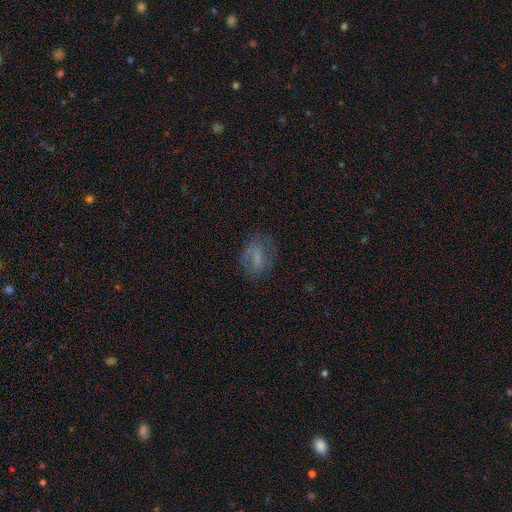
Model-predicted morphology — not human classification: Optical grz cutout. It shows a featured or disk galaxy (42%). Merging: none (74%).